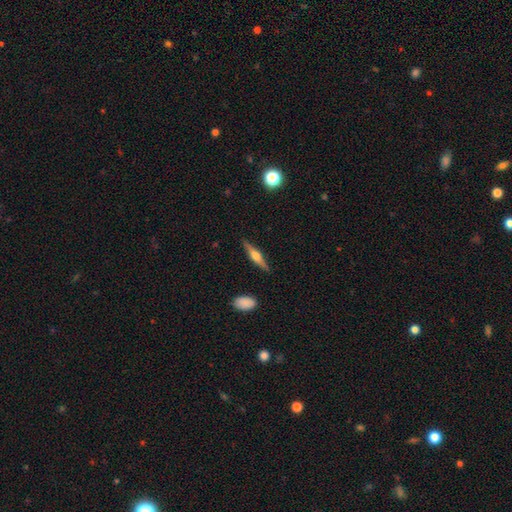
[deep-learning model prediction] Smooth or featured? featured or disk (66%)
Edge-on disk? yes (97%)
Edge-on bulge? rounded (91%)
Merging? none (88%)